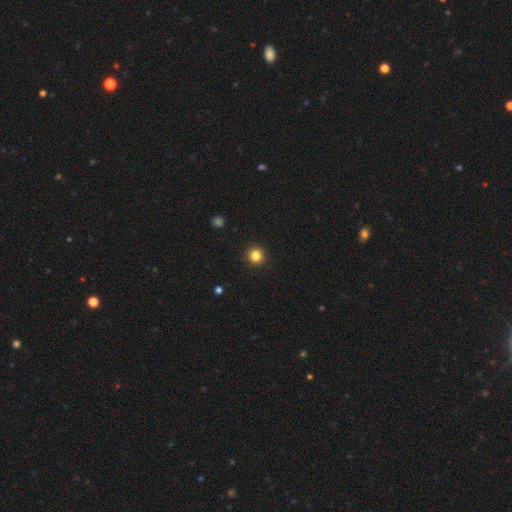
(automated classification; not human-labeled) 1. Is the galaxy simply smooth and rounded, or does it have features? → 83% smooth, 12% star or artifact, 4% featured or disk.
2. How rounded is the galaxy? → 95% round, 4% in between, 1% cigar-shaped.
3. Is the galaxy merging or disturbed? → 93% none, 4% minor disturbance, 1% major disturbance, 1% merger.